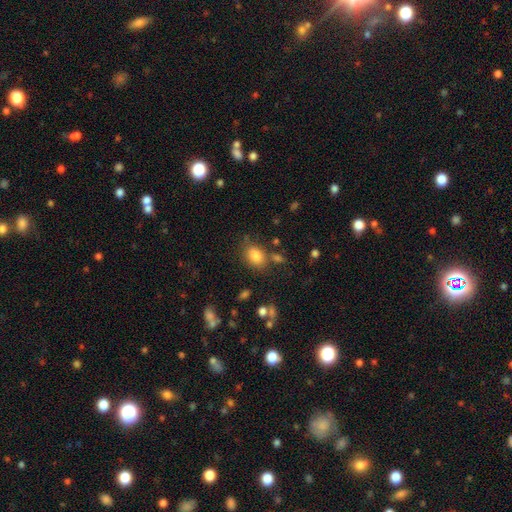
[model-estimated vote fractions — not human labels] Smooth or featured: smooth — 82% (star or artifact — 10%)
How rounded: in between — 72% (round — 27%)
Merging: none — 70% (minor disturbance — 15%)